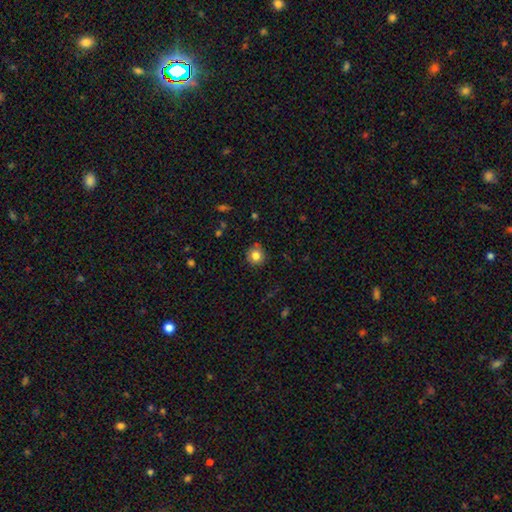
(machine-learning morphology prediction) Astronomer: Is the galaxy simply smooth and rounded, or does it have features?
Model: smooth — 82%.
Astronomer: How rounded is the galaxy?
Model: round — 91%.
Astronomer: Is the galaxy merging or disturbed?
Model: none — 85%.